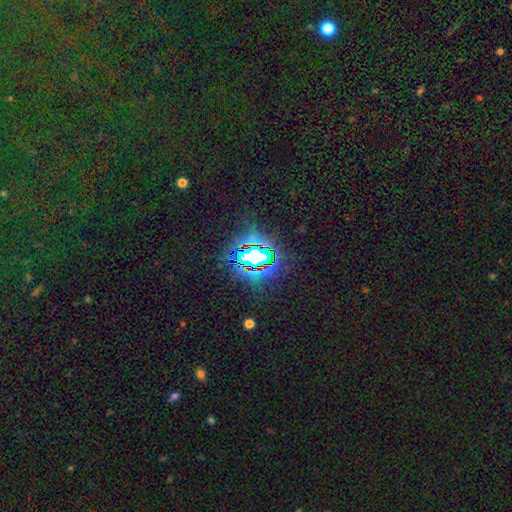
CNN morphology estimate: A star or artifact, not a galaxy (77%).